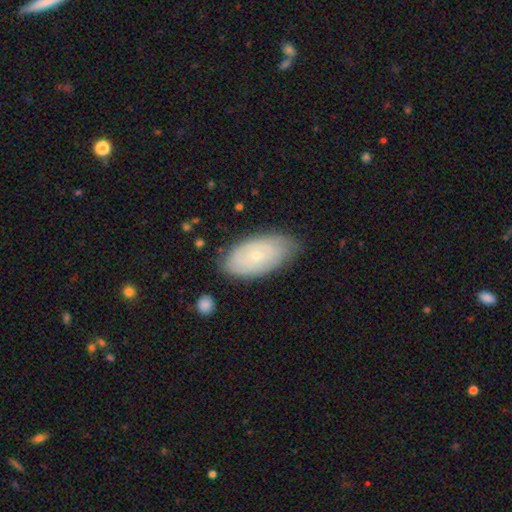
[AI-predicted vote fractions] A featured or disk galaxy (56%) with no bar (84%), spiral arms (67%) and a small central bulge (75%).

Vote fractions:
- Smooth or featured? featured or disk: 56% / smooth: 37% / star or artifact: 7%
- Edge-on disk? no: 92% / yes: 8%
- Bar? no: 84% / weak: 14% / strong: 3%
- Spiral arms? yes: 67% / no: 33%
- Bulge size? small: 75% / moderate: 22% / none: 1% / large: 1% / dominant: 1%
- Merging? none: 75% / minor disturbance: 19% / major disturbance: 4% / merger: 2%